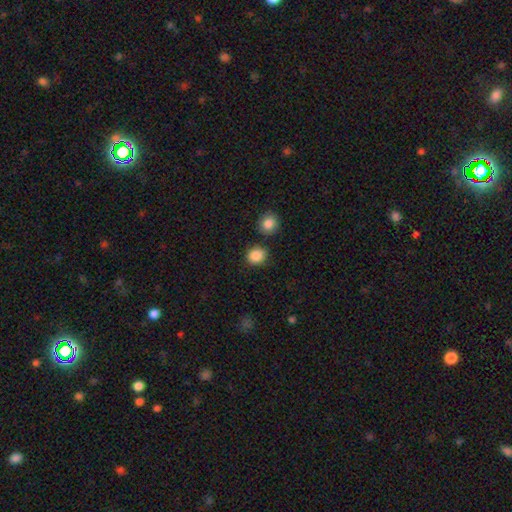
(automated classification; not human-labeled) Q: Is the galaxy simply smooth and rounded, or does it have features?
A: smooth — 87%.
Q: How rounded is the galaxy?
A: round — 79%.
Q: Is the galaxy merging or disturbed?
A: none — 81%.